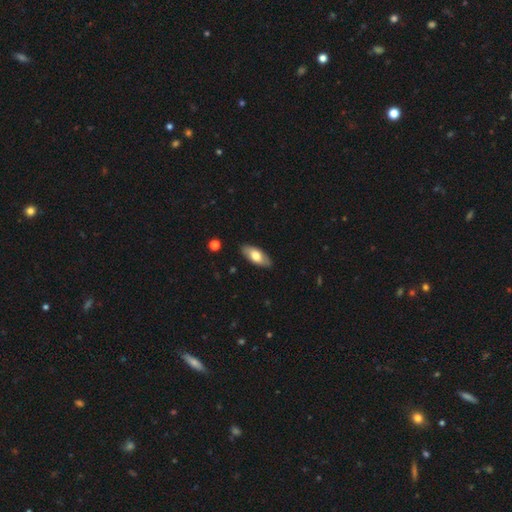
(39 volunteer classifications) smooth 72%, featured or disk 26%, star or artifact 3%. Down the decision tree: how rounded — in between (89%); merging — none (82%).